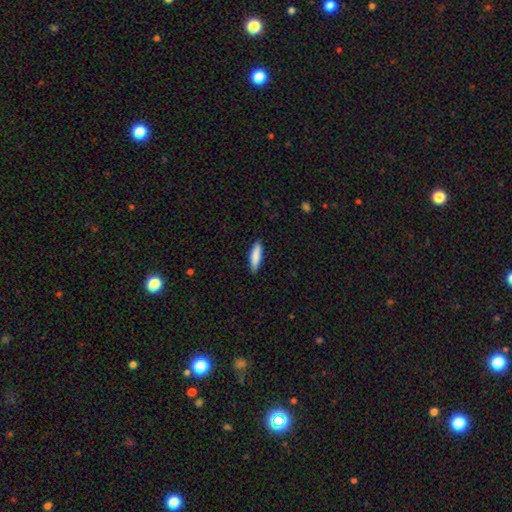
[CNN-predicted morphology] Q: Smooth or featured?
A: smooth (86%); runner-up: featured or disk (8%)
Q: How rounded?
A: cigar-shaped (70%); runner-up: in between (28%)
Q: Merging?
A: none (88%); runner-up: minor disturbance (9%)